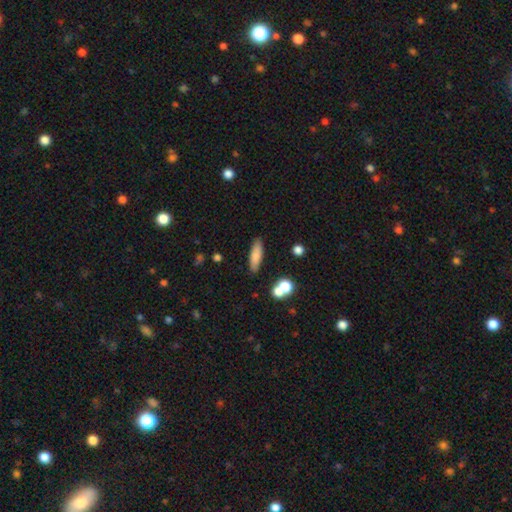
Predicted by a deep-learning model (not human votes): smooth_or_featured: smooth (p=0.80) [alt: featured or disk p=0.12]
how_rounded: cigar-shaped (p=0.59) [alt: in between p=0.39]
merging: none (p=0.85) [alt: minor disturbance p=0.09]